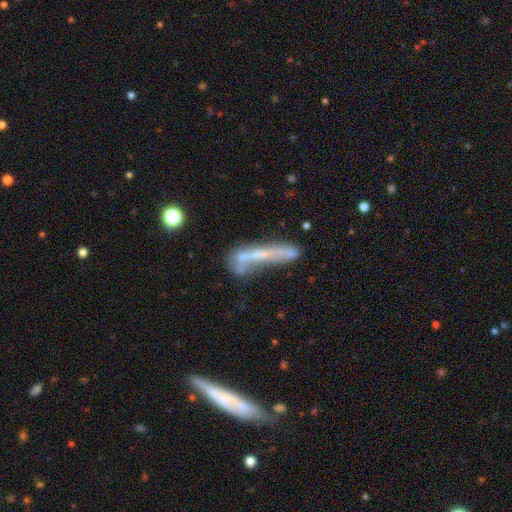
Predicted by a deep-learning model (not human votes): Overall: featured or disk (48%; smooth 40%). Merging: none (37%; minor disturbance 22%).